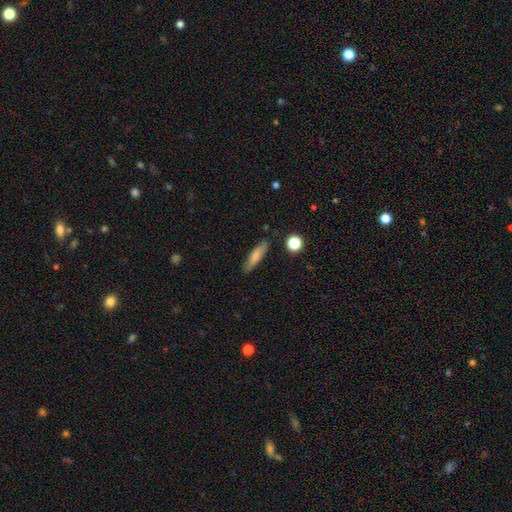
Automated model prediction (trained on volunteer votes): Overall: smooth (75%). How rounded: cigar-shaped (70%). Merging: none (83%).